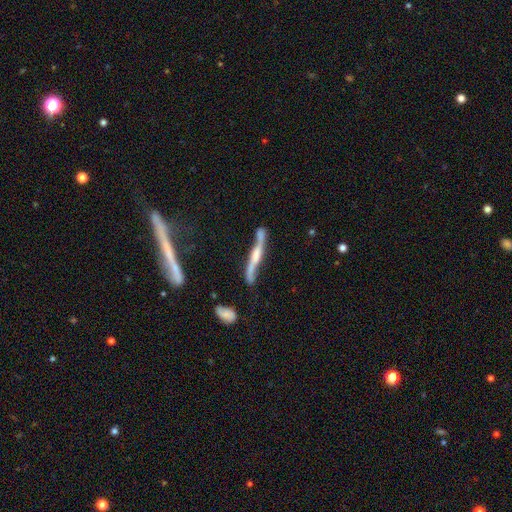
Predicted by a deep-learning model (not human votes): Smooth or featured: featured or disk — 69% (smooth — 20%)
Edge-on disk: yes — 85% (no — 15%)
Edge-on bulge: rounded — 50% (none — 39%)
Merging: none — 59% (minor disturbance — 20%)